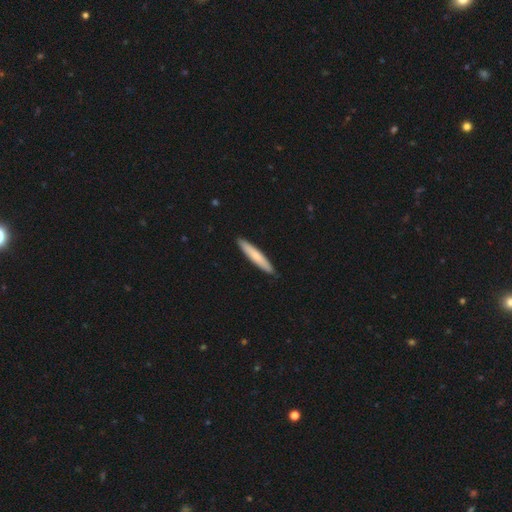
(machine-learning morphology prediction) A smooth galaxy with no disk features (72%) that is cigar-shaped (93%). Merging: none (91%).